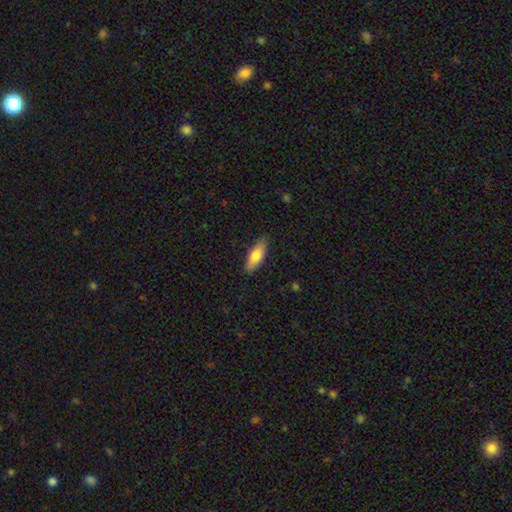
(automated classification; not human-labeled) Smooth or featured: smooth — 74% (featured or disk — 20%)
How rounded: in between — 64% (cigar-shaped — 34%)
Merging: none — 85% (minor disturbance — 11%)